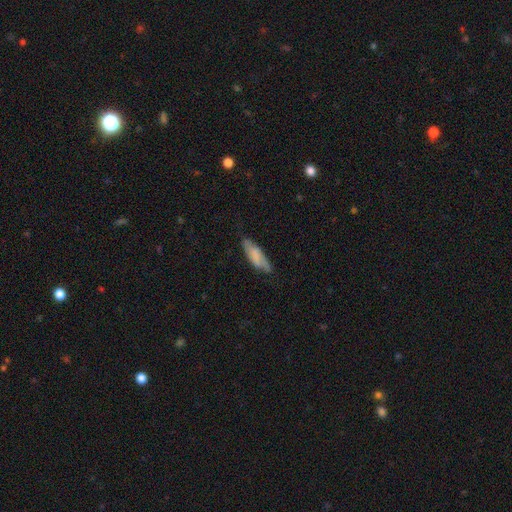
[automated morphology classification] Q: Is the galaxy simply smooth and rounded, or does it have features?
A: smooth — 67%.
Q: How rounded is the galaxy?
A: in between — 51%.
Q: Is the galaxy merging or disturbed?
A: none — 65%.